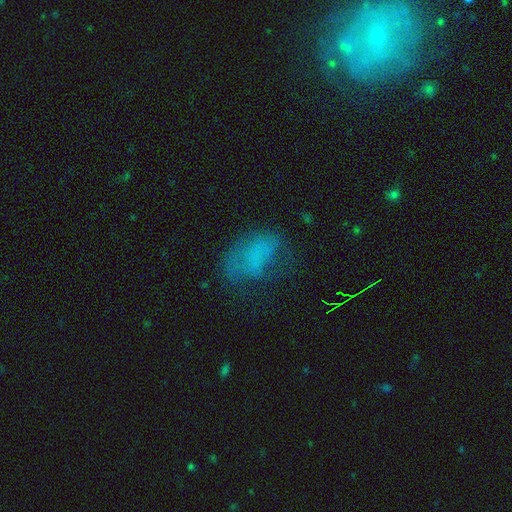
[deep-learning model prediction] smooth-or-featured: smooth: 54% | featured or disk: 27% | star or artifact: 19%
  how-rounded: in between: 84% | round: 13% | cigar-shaped: 2%
  merging: none: 45% | major disturbance: 28% | minor disturbance: 25% | merger: 3%